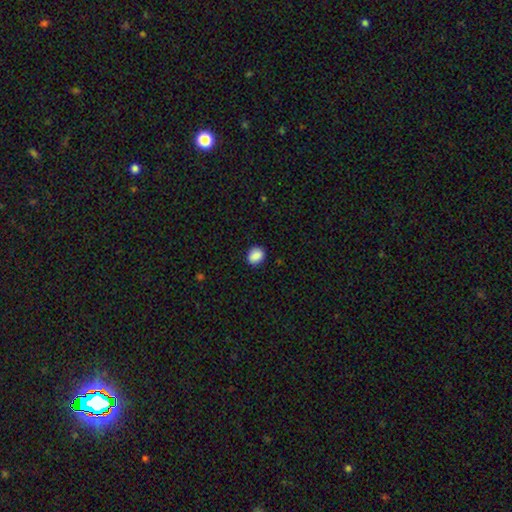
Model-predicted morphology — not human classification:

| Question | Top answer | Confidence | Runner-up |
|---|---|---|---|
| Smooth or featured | smooth | 88% | star or artifact (8%) |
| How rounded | round | 61% | in between (38%) |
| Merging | none | 87% | minor disturbance (10%) |